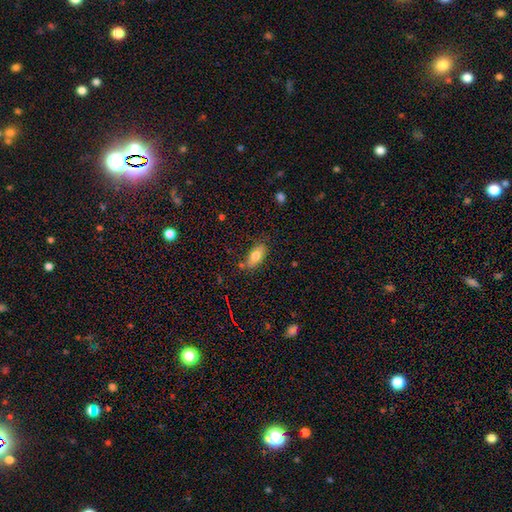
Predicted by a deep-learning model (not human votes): Morphology: type=smooth (76%); roundness=in between (85%); merging=none (77%).